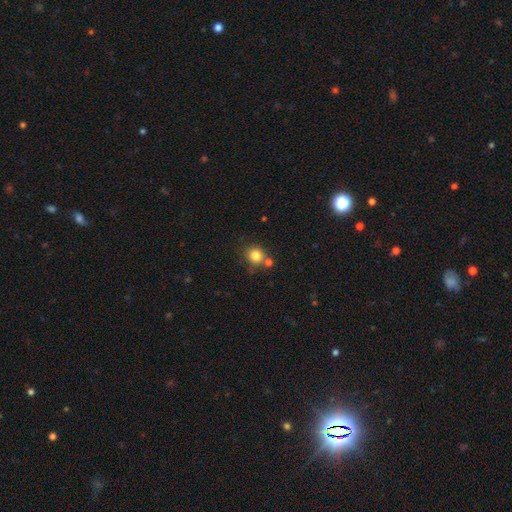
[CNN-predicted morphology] Smooth or featured? Predicted: smooth (p=0.82). How rounded? Predicted: round (p=0.87). Merging? Predicted: none (p=0.69).